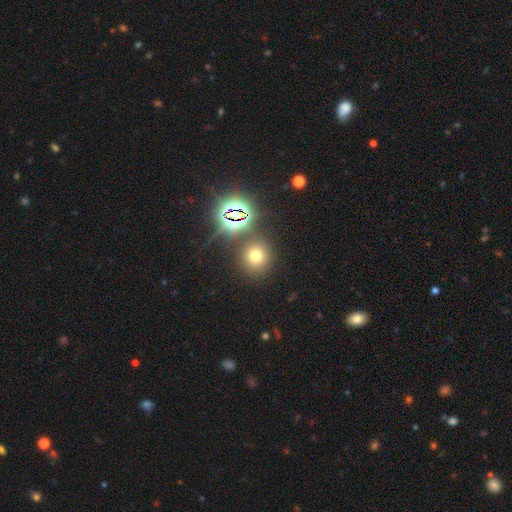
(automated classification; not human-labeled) A smooth galaxy with no disk features (62%) that is round (88%).

Vote fractions:
- Smooth or featured? smooth: 62% / star or artifact: 29% / featured or disk: 9%
- How rounded? round: 88% / in between: 11% / cigar-shaped: 1%
- Merging? none: 82% / minor disturbance: 8% / merger: 7% / major disturbance: 4%